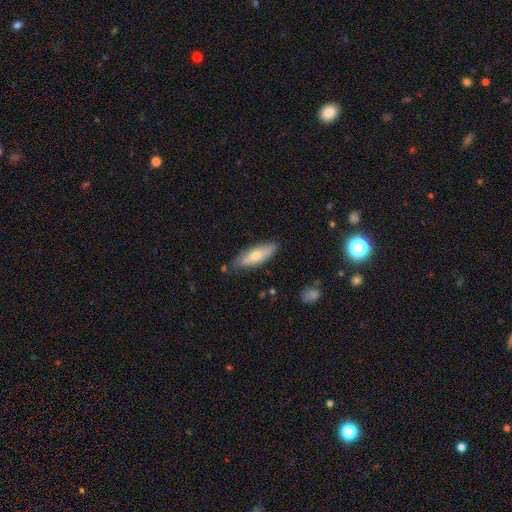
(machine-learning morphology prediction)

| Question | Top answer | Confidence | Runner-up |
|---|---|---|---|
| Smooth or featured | smooth | 66% | featured or disk (28%) |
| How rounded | in between | 58% | cigar-shaped (40%) |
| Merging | none | 77% | minor disturbance (18%) |